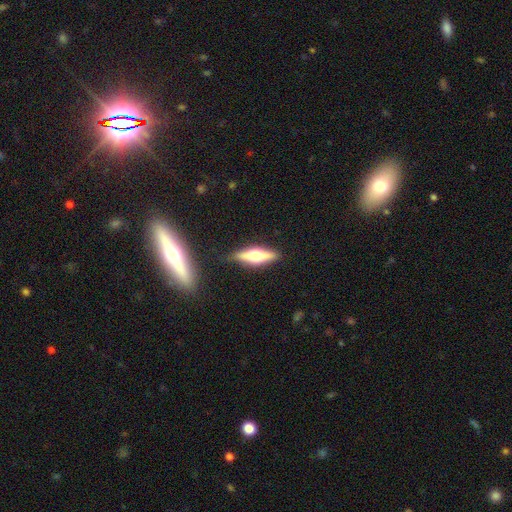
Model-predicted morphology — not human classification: Smooth or featured? Predicted: featured or disk (p=0.61). Edge-on disk? Predicted: yes (p=0.95). Edge-on bulge? Predicted: rounded (p=0.93). Merging? Predicted: none (p=0.85).